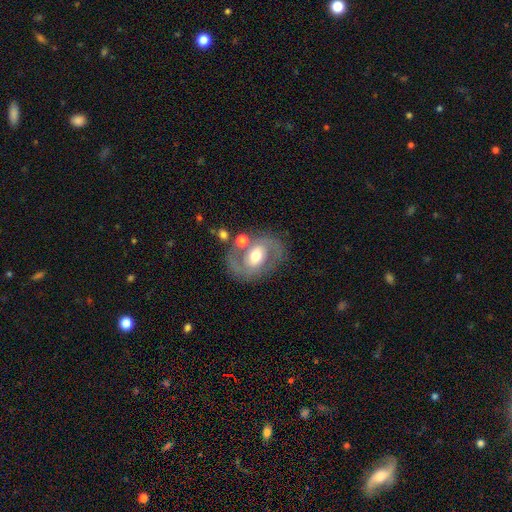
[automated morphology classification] Q: Smooth or featured?
A: featured or disk (72%); runner-up: smooth (22%)
Q: Edge-on disk?
A: no (96%); runner-up: yes (4%)
Q: Bar?
A: no (41%); runner-up: weak (40%)
Q: Spiral arms?
A: yes (75%); runner-up: no (25%)
Q: Spiral winding?
A: medium (51%); runner-up: tight (28%)
Q: Spiral arm count?
A: 2 (84%); runner-up: can't tell (8%)
Q: Bulge size?
A: moderate (70%); runner-up: small (14%)
Q: Merging?
A: none (71%); runner-up: minor disturbance (14%)